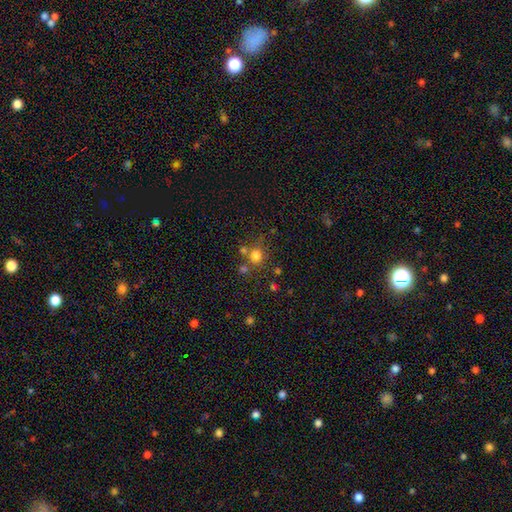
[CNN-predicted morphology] Smooth or featured? Predicted: smooth (p=0.76). How rounded? Predicted: round (p=0.89). Merging? Predicted: none (p=0.64).